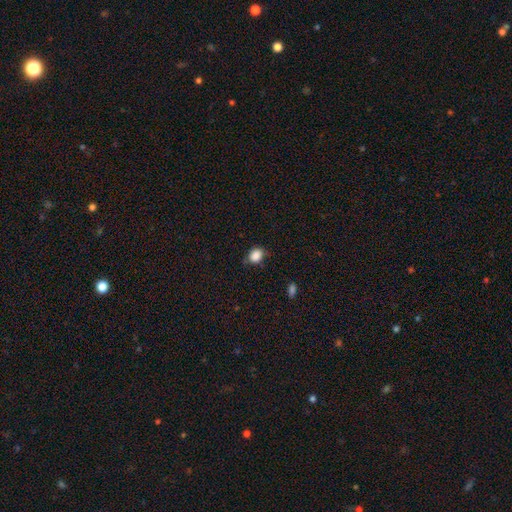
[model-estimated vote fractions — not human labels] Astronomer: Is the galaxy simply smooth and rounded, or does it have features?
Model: smooth — 87%.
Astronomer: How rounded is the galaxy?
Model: round — 51% (runner-up: in between, 48%).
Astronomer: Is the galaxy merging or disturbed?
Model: none — 71%.